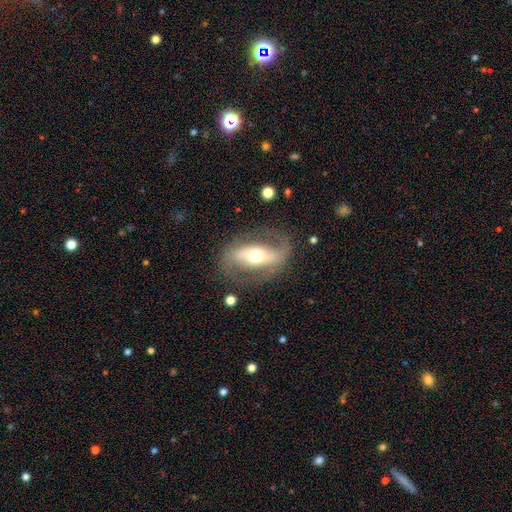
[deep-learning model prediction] Smooth or featured?
  - featured or disk: 78% *
  - smooth: 17%
  - star or artifact: 5%
Edge-on disk?
  - no: 92% *
  - yes: 8%
Bar?
  - strong: 51% *
  - weak: 26%
  - no: 23%
Spiral arms?
  - yes: 77% *
  - no: 23%
Spiral winding?
  - medium: 44% *
  - loose: 39%
  - tight: 16%
Spiral arm count?
  - 2: 87% *
  - can't tell: 5%
  - 1: 5%
  - 3: 1%
  - 4: 1%
  - more than 4: 1%
Bulge size?
  - moderate: 68% *
  - large: 17%
  - small: 12%
  - dominant: 2%
  - none: 1%
Merging?
  - none: 75% *
  - minor disturbance: 13%
  - major disturbance: 10%
  - merger: 2%